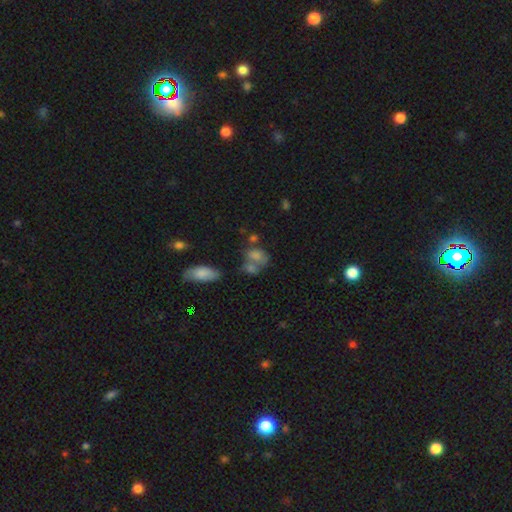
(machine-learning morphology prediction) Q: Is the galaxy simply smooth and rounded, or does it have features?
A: smooth — 67%.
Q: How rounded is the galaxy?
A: in between — 67%.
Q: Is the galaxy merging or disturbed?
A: merger — 40%.